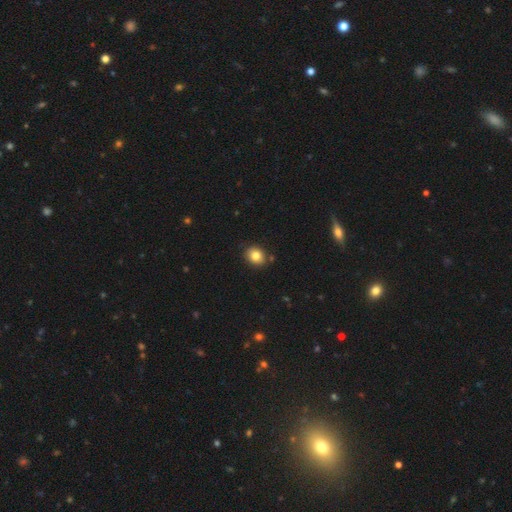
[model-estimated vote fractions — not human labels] Overall: smooth (82%). How rounded: round (57%; in between 42%). Merging: none (85%).